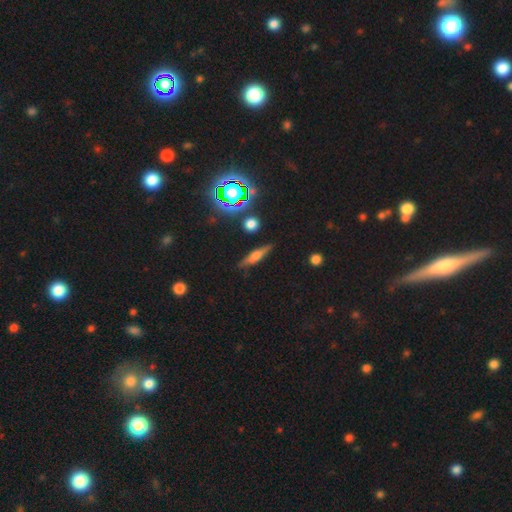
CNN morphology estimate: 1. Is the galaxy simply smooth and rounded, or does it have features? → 50% featured or disk, 37% smooth, 14% star or artifact.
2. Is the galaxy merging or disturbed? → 83% none, 12% minor disturbance, 3% major disturbance, 2% merger.